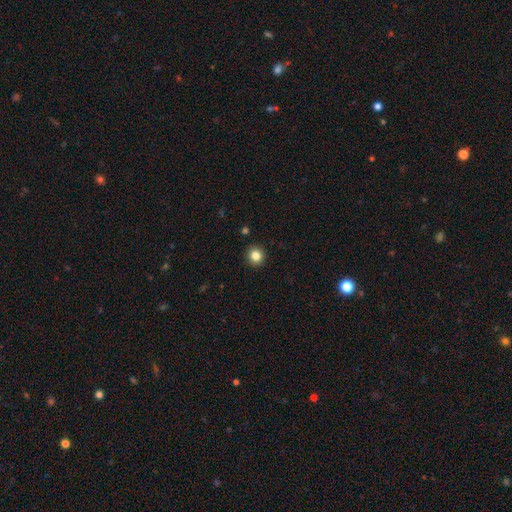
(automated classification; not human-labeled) Smooth or featured: smooth — 84% (star or artifact — 11%)
How rounded: round — 90% (in between — 9%)
Merging: none — 92% (minor disturbance — 5%)